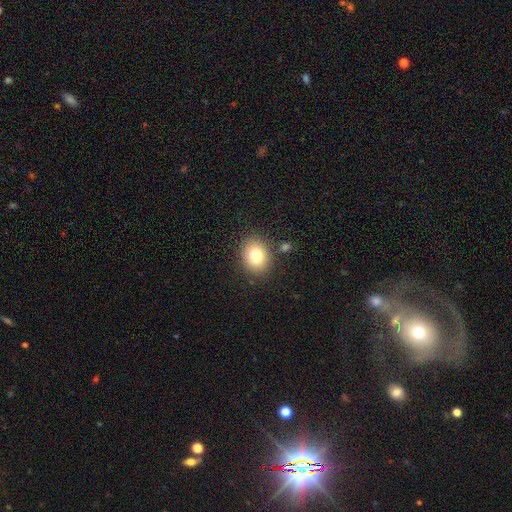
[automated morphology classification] smooth 79%, featured or disk 11%, star or artifact 10%. Down the decision tree: how rounded — round (58%); merging — none (84%).